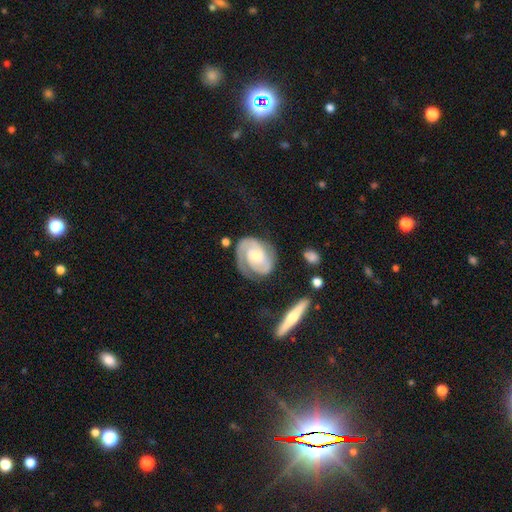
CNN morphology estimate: Smooth or featured?
  - featured or disk: 86% *
  - smooth: 10%
  - star or artifact: 4%
Edge-on disk?
  - no: 97% *
  - yes: 3%
Bar?
  - no: 57% *
  - weak: 32%
  - strong: 11%
Spiral arms?
  - yes: 96% *
  - no: 4%
Spiral winding?
  - tight: 62% *
  - medium: 30%
  - loose: 8%
Spiral arm count?
  - 2: 74% *
  - 1: 13%
  - can't tell: 8%
  - 3: 3%
  - 4: 1%
  - more than 4: 1%
Bulge size?
  - moderate: 58% *
  - small: 30%
  - large: 9%
  - none: 2%
  - dominant: 1%
Merging?
  - none: 69% *
  - minor disturbance: 18%
  - major disturbance: 10%
  - merger: 3%